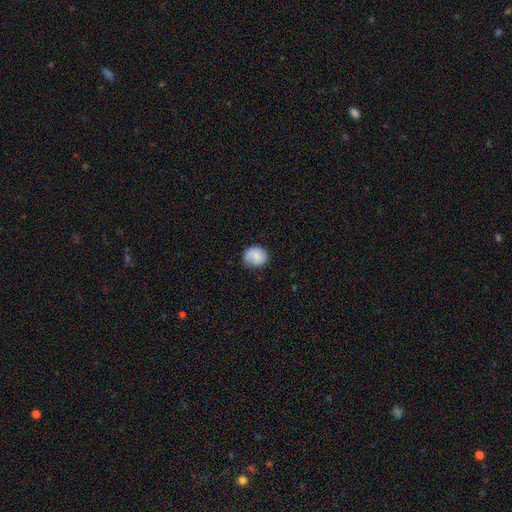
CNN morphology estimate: This appears to be a smooth galaxy with no disk features (76%) that is round (71%). Merging: none (70%).